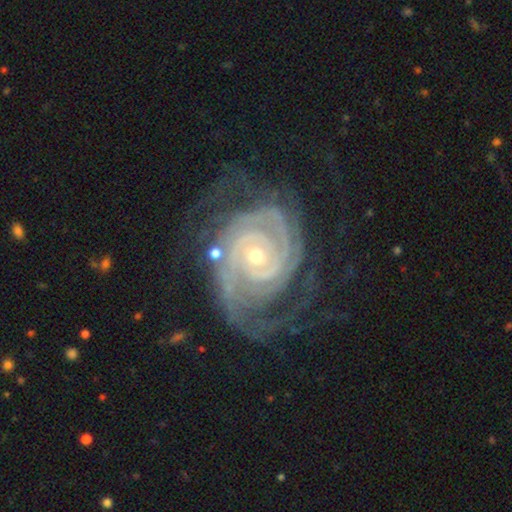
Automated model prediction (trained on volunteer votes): A featured or disk galaxy (93%) with no bar (67%), 2 (42%) tight (80%) spiral arms (99%) and a small central bulge (56%).

Vote fractions:
- Smooth or featured? featured or disk: 93% / star or artifact: 5% / smooth: 3%
- Edge-on disk? no: 97% / yes: 3%
- Bar? no: 67% / weak: 22% / strong: 10%
- Spiral arms? yes: 99% / no: 1%
- Spiral winding? tight: 80% / medium: 17% / loose: 3%
- Spiral arm count? 2: 42% / 3: 20% / can't tell: 14% / 4: 11% / more than 4: 7% / 1: 6%
- Bulge size? small: 56% / moderate: 41% / large: 1% / none: 1% / dominant: 1%
- Merging? none: 65% / minor disturbance: 20% / major disturbance: 13% / merger: 2%